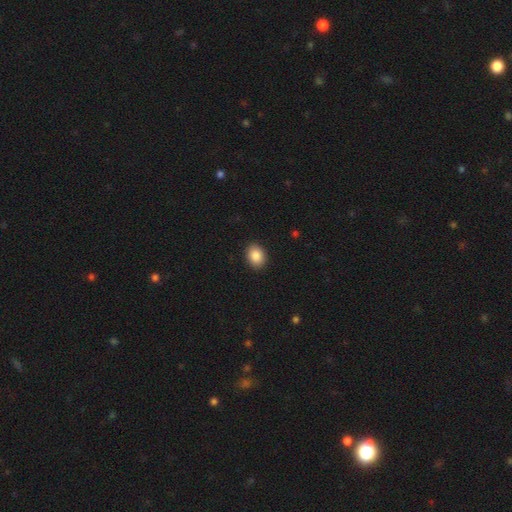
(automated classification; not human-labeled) Q: Smooth or featured?
A: smooth (87%); runner-up: star or artifact (8%)
Q: How rounded?
A: in between (62%); runner-up: round (37%)
Q: Merging?
A: none (91%); runner-up: minor disturbance (7%)